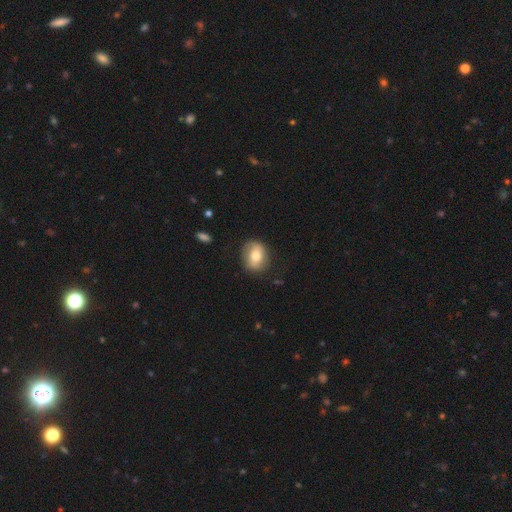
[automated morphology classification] smooth 68%, featured or disk 24%, star or artifact 7%. Down the decision tree: how rounded — in between (50%); merging — none (80%).